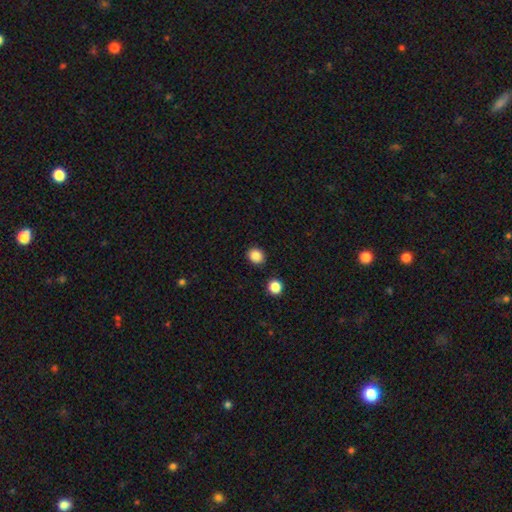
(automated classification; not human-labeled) smooth-or-featured: smooth: 86% | star or artifact: 10% | featured or disk: 3%
  how-rounded: round: 72% | in between: 27% | cigar-shaped: 1%
  merging: none: 88% | minor disturbance: 7% | merger: 3% | major disturbance: 2%